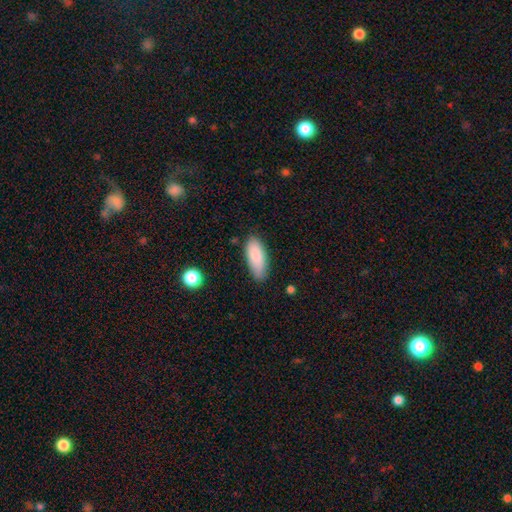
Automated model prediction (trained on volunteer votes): This is clearly a smooth galaxy (86%). How rounded: clearly in between (80%). Merging: likely none (79%).